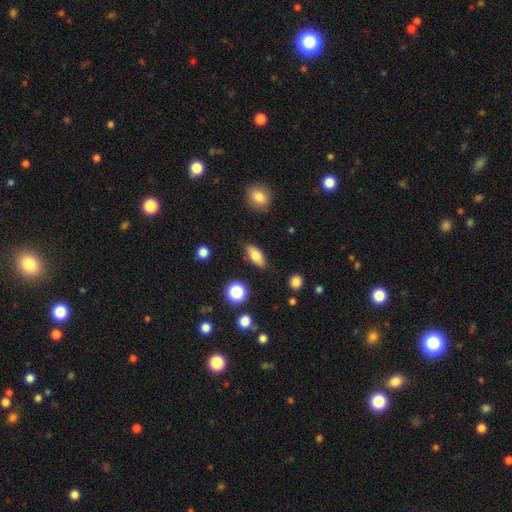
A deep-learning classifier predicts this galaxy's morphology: type=smooth (76%); roundness=in between (80%); merging=none (83%).